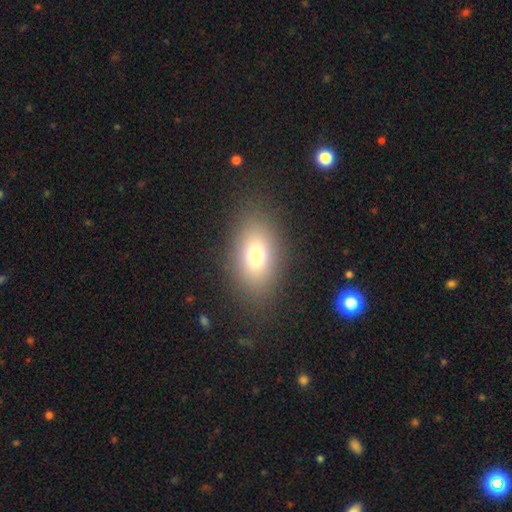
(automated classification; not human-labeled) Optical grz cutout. It shows a smooth galaxy with no disk features (74%) that is in between round and cigar-shaped (83%). Merging: none (84%).